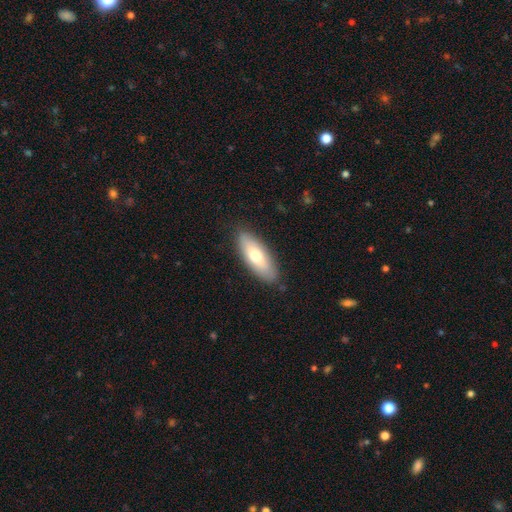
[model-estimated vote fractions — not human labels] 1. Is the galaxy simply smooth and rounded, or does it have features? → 70% smooth, 25% featured or disk, 6% star or artifact.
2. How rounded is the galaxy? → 69% in between, 29% cigar-shaped, 2% round.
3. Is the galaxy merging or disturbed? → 86% none, 11% minor disturbance, 2% major disturbance, 1% merger.